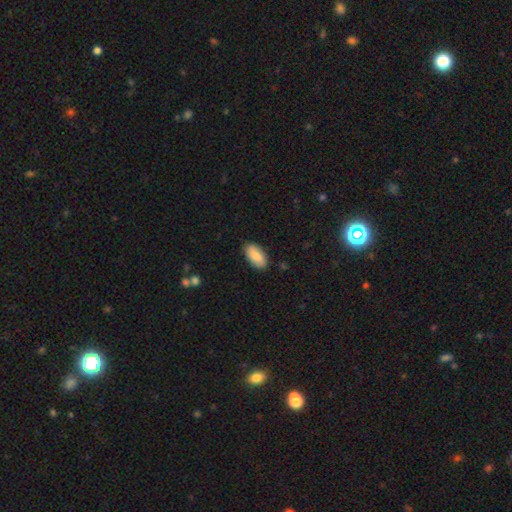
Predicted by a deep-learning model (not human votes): smooth-or-featured: smooth: 80% | featured or disk: 14% | star or artifact: 6%
  how-rounded: in between: 94% | cigar-shaped: 4% | round: 3%
  merging: none: 86% | minor disturbance: 11% | major disturbance: 2% | merger: 1%